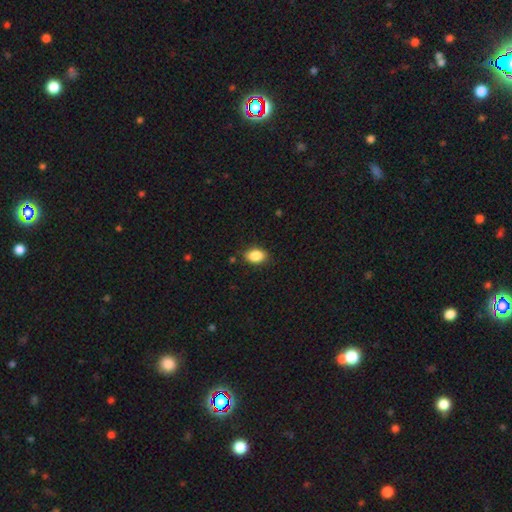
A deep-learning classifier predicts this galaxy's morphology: Smooth or featured? Predicted: smooth (p=0.87). How rounded? Predicted: in between (p=0.86). Merging? Predicted: none (p=0.85).